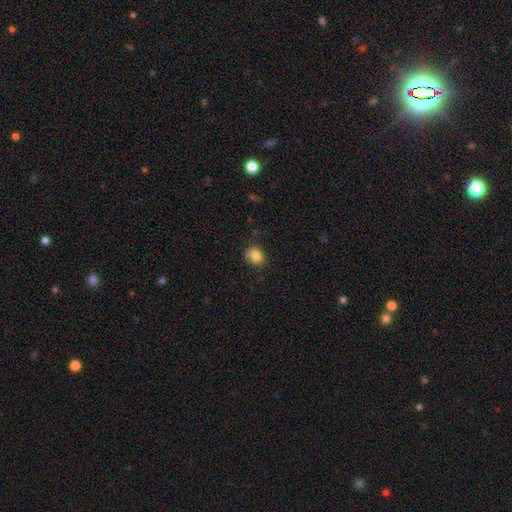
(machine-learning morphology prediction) A smooth galaxy with no disk features (83%) that is round (63%).

Vote fractions:
- Smooth or featured? smooth: 83% / star or artifact: 10% / featured or disk: 7%
- How rounded? round: 63% / in between: 37% / cigar-shaped: 1%
- Merging? none: 71% / minor disturbance: 21% / major disturbance: 4% / merger: 3%